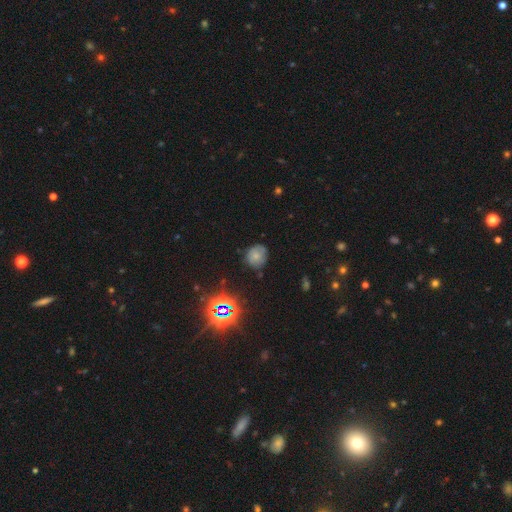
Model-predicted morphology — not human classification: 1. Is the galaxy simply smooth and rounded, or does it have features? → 61% smooth, 20% featured or disk, 20% star or artifact.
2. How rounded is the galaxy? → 77% round, 22% in between, 1% cigar-shaped.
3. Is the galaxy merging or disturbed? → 68% none, 24% minor disturbance, 6% major disturbance, 2% merger.